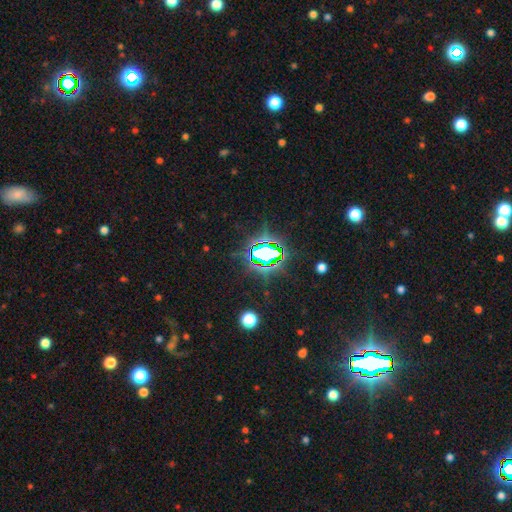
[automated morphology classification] smooth_or_featured: star or artifact (p=0.73) [alt: smooth p=0.16]